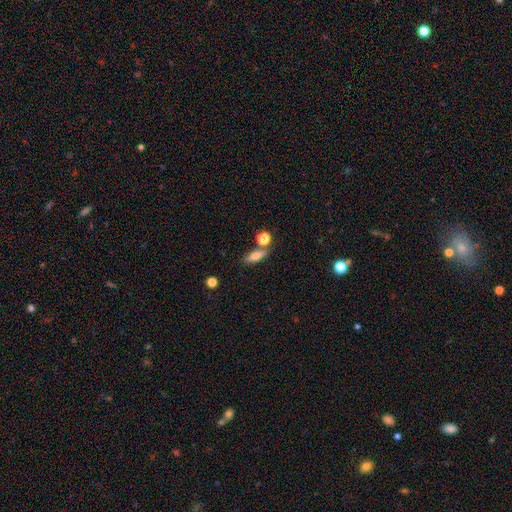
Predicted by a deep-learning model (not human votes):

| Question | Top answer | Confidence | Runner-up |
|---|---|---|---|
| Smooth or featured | smooth | 72% | featured or disk (18%) |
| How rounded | in between | 51% | cigar-shaped (41%) |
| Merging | none | 68% | merger (15%) |